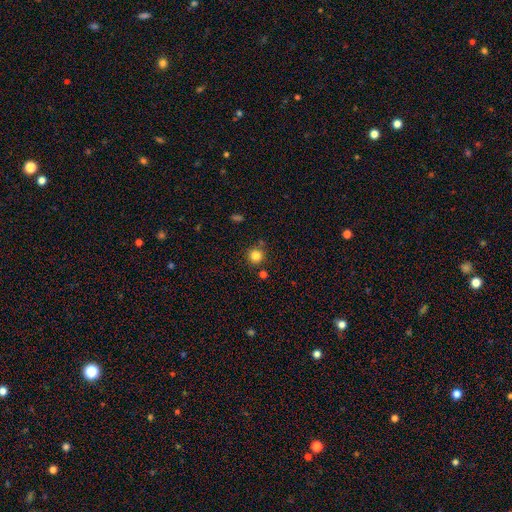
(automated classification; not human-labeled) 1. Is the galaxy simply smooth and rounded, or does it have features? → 83% smooth, 12% star or artifact, 5% featured or disk.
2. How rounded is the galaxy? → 94% round, 5% in between, 1% cigar-shaped.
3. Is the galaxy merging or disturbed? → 82% none, 8% minor disturbance, 7% merger, 3% major disturbance.